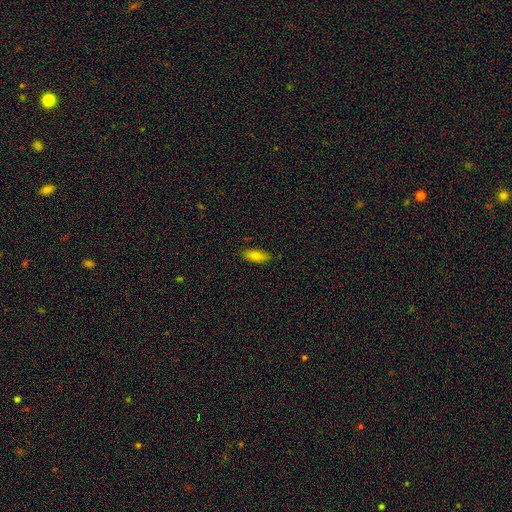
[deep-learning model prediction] A smooth galaxy with no disk features (76%) that is in between round and cigar-shaped (76%). Merging: none (86%).